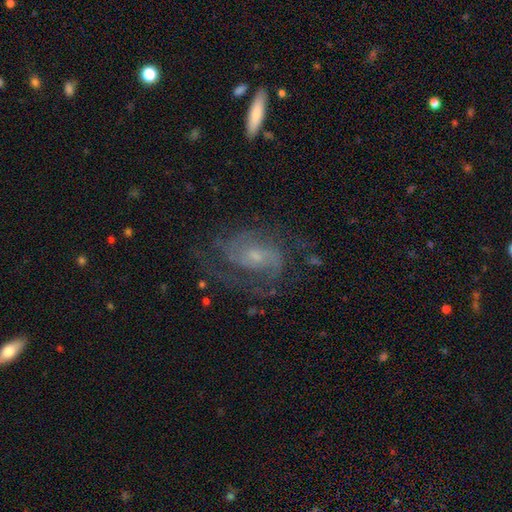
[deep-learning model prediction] Smooth or featured? Predicted: featured or disk (p=0.80). Edge-on disk? Predicted: no (p=0.97). Bar? Predicted: no (p=0.57). Spiral arms? Predicted: yes (p=0.92). Spiral winding? Predicted: medium (p=0.48). Spiral arm count? Predicted: 2 (p=0.57). Bulge size? Predicted: small (p=0.64). Merging? Predicted: none (p=0.62).